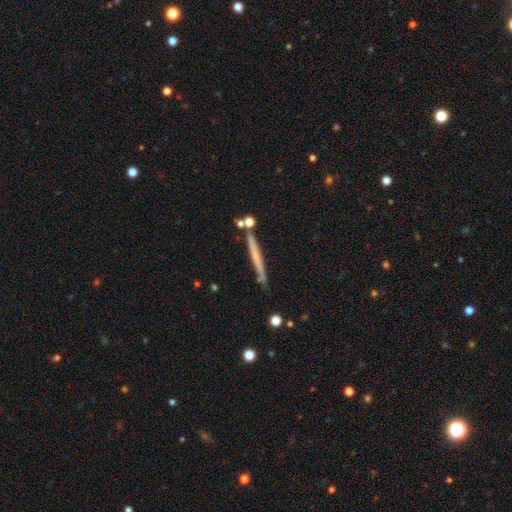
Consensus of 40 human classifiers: This appears to be a smooth galaxy with no disk features (50%, tied with featured or disk) that is cigar-shaped (90%). Merging: none (82%).